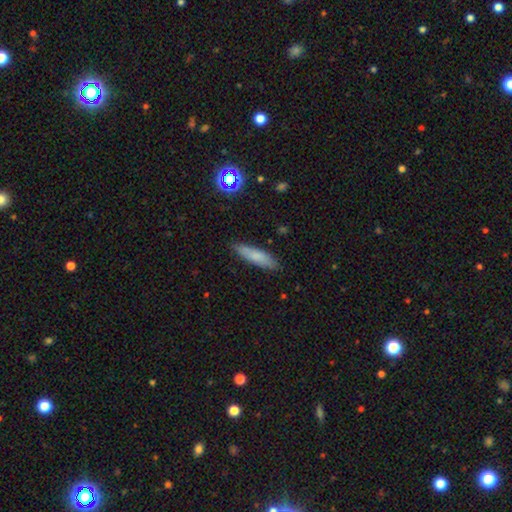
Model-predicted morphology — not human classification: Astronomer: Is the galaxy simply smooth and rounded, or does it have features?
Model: smooth — 77%.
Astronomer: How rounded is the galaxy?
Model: cigar-shaped — 75%.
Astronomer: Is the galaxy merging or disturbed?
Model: none — 87%.